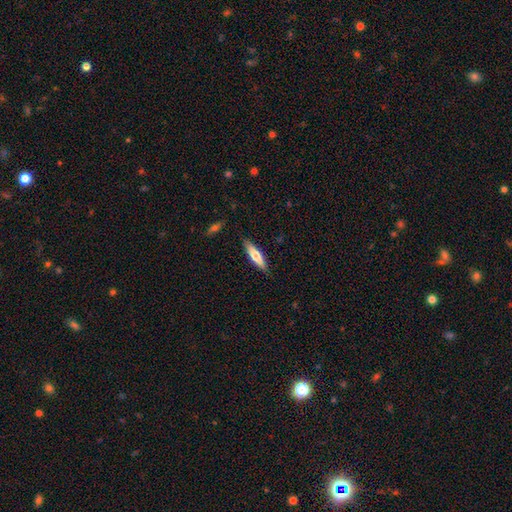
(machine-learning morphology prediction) Smooth or featured? smooth (64%)
How rounded? cigar-shaped (70%)
Merging? none (87%)